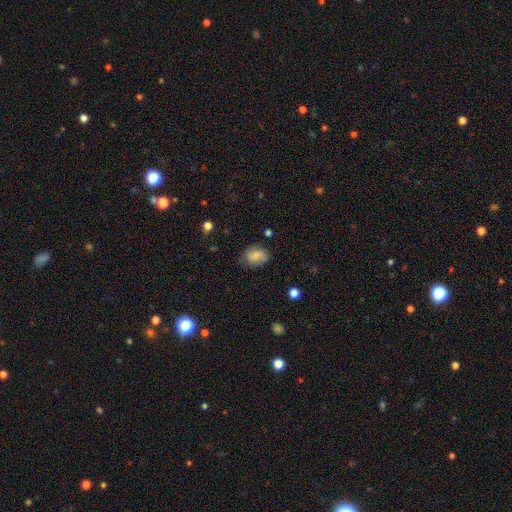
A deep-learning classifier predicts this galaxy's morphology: Smooth or featured: smooth — 77% (featured or disk — 15%)
How rounded: in between — 71% (round — 28%)
Merging: none — 71% (minor disturbance — 22%)